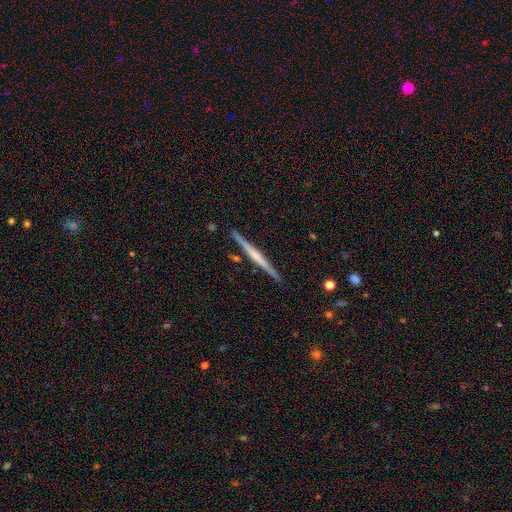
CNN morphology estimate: Smooth or featured?
  - featured or disk: 63% *
  - smooth: 31%
  - star or artifact: 5%
Edge-on disk?
  - yes: 98% *
  - no: 2%
Edge-on bulge?
  - none: 59% *
  - rounded: 28%
  - boxy: 13%
Merging?
  - none: 90% *
  - minor disturbance: 7%
  - merger: 2%
  - major disturbance: 1%